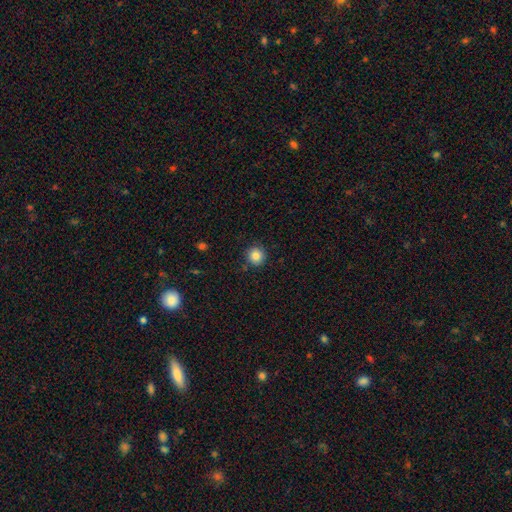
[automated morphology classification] This appears to be a smooth galaxy with no disk features (85%) that is round (91%). Merging: none (86%).